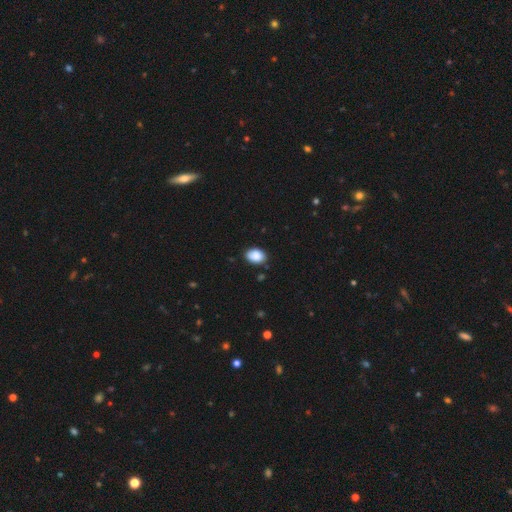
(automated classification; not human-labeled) Q: Smooth or featured?
A: smooth (89%); runner-up: star or artifact (7%)
Q: How rounded?
A: in between (77%); runner-up: round (22%)
Q: Merging?
A: none (81%); runner-up: minor disturbance (15%)